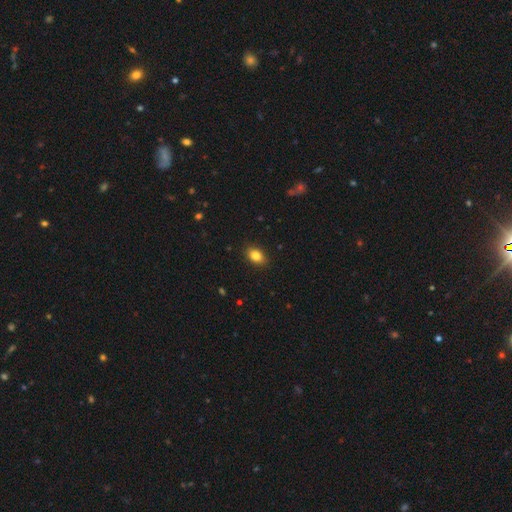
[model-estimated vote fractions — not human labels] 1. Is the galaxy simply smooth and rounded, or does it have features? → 84% smooth, 9% star or artifact, 7% featured or disk.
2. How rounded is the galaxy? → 79% in between, 19% round, 1% cigar-shaped.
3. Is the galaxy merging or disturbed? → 88% none, 9% minor disturbance, 2% major disturbance, 1% merger.